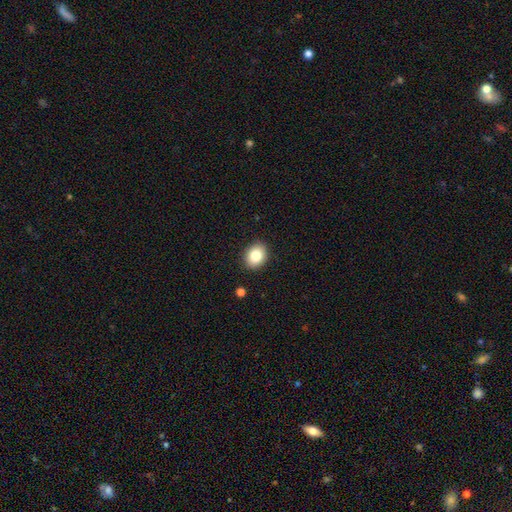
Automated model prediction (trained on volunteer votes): This appears to be a smooth galaxy with no disk features (83%) that is in between round and cigar-shaped (54%). Merging: none (89%).